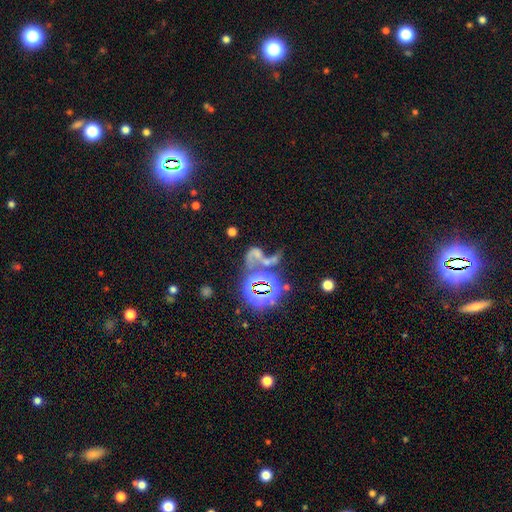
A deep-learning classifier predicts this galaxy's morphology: smooth_or_featured: star or artifact (p=0.38) [alt: featured or disk p=0.37]